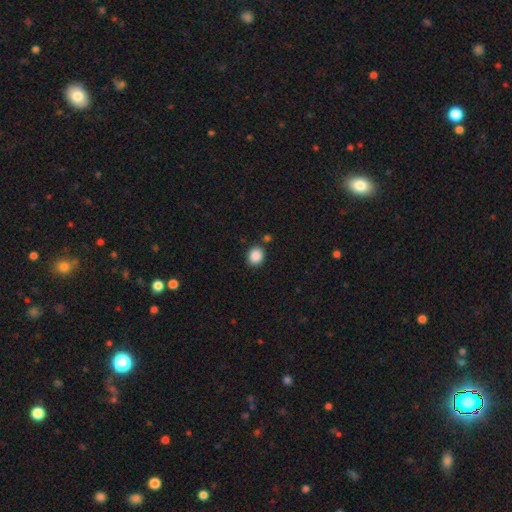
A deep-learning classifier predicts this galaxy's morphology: Overall: smooth (88%). How rounded: round (64%; in between 35%). Merging: none (84%).